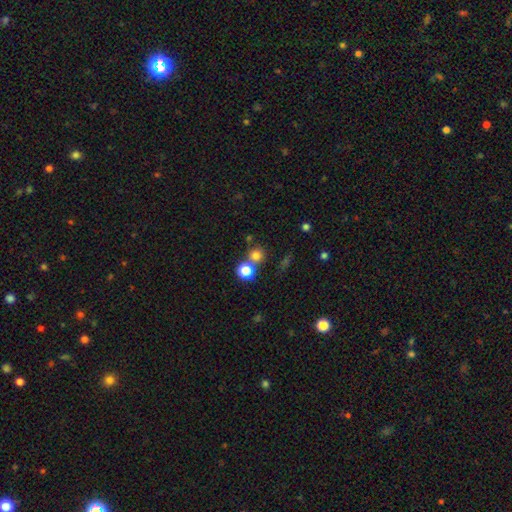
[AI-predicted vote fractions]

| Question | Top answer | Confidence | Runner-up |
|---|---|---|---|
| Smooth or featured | smooth | 76% | star or artifact (16%) |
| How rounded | round | 88% | in between (11%) |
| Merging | none | 61% | merger (28%) |